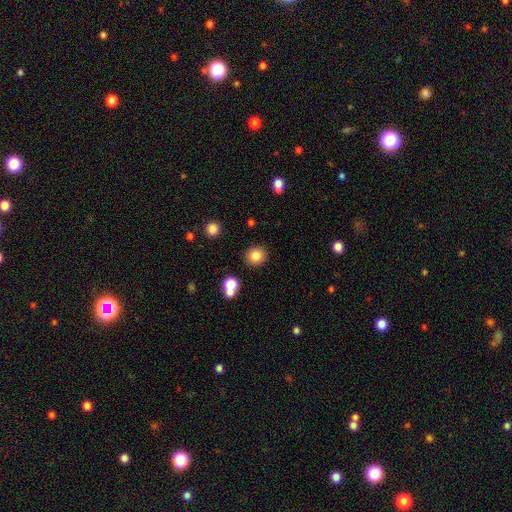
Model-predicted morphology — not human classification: Q: Smooth or featured?
A: smooth (83%); runner-up: star or artifact (11%)
Q: How rounded?
A: round (87%); runner-up: in between (12%)
Q: Merging?
A: none (87%); runner-up: minor disturbance (7%)